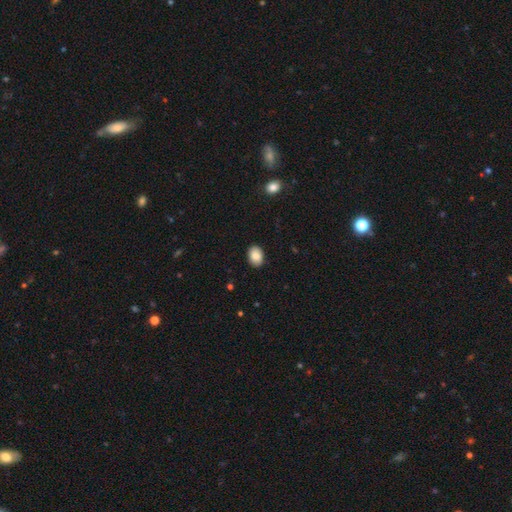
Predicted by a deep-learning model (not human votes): Morphology: type=smooth (87%); roundness=in between (77%); merging=none (89%).